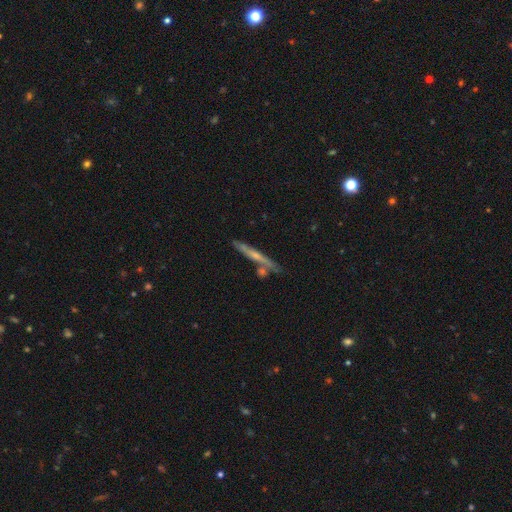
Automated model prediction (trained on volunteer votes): smooth-or-featured: featured or disk: 60% | smooth: 33% | star or artifact: 7%
  disk-edge-on: yes: 93% | no: 7%
    edge-on-bulge: rounded: 49% | none: 44% | boxy: 7%
  merging: none: 74% | minor disturbance: 13% | merger: 10% | major disturbance: 3%